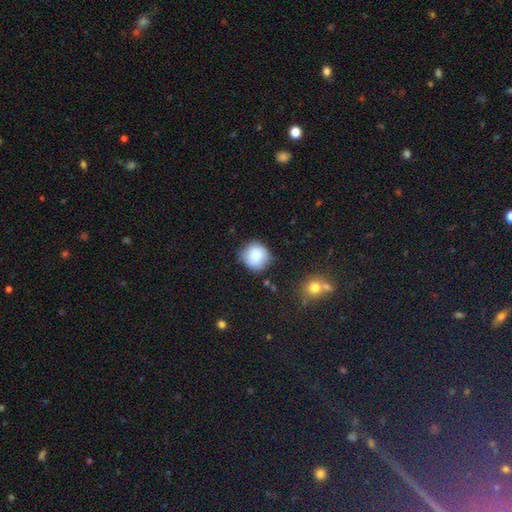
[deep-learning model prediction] Overall: smooth (85%). How rounded: round (90%). Merging: none (77%).